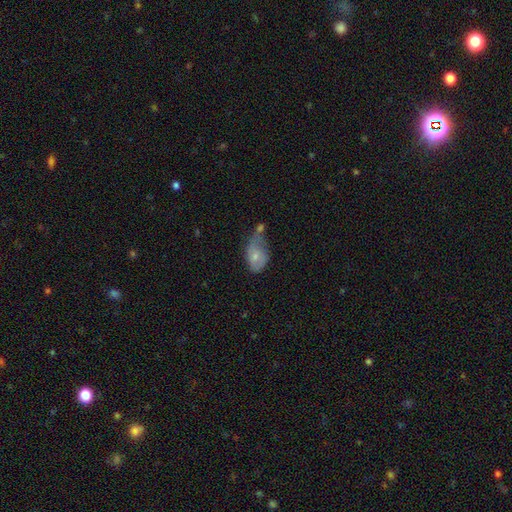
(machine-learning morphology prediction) This is likely a smooth galaxy (62%). How rounded: clearly in between (88%). Merging: marginally minor disturbance (28%).